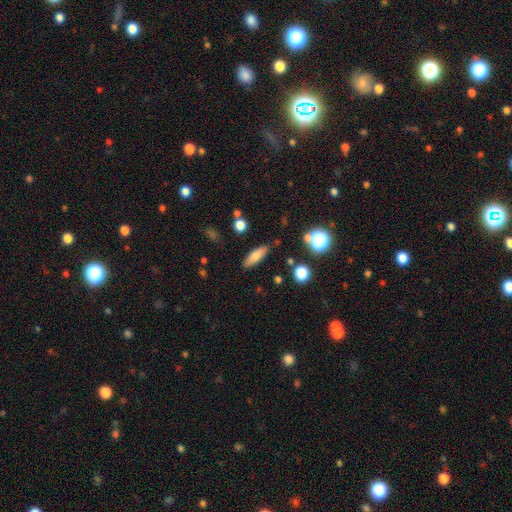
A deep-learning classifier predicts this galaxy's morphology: Overall: smooth (76%). How rounded: in between (54%; cigar-shaped 43%). Merging: none (85%).